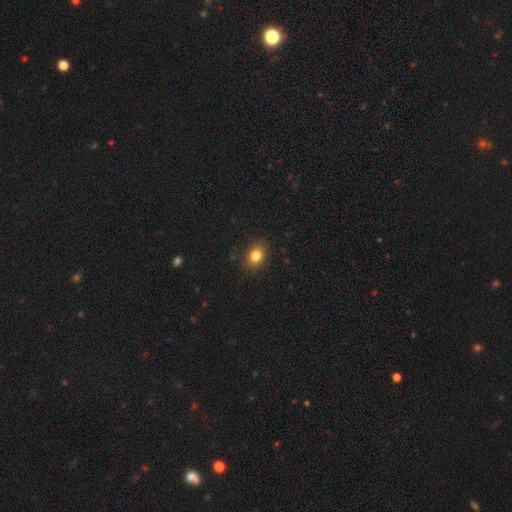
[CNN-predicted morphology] Q: Smooth or featured?
A: smooth (82%); runner-up: star or artifact (11%)
Q: How rounded?
A: in between (52%); runner-up: round (47%)
Q: Merging?
A: none (88%); runner-up: minor disturbance (9%)